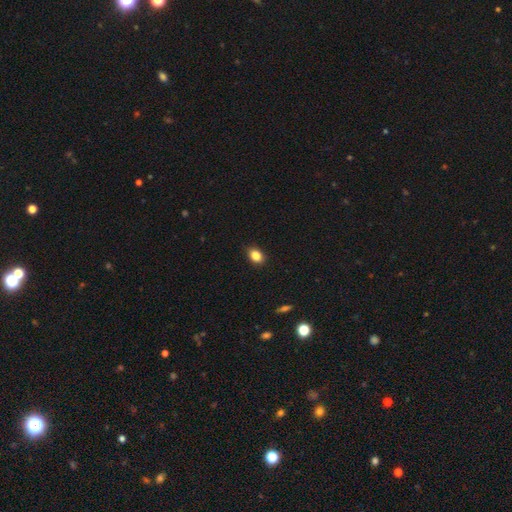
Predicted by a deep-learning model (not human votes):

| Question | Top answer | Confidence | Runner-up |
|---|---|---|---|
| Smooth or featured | smooth | 85% | star or artifact (10%) |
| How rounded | in between | 64% | round (35%) |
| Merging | none | 88% | minor disturbance (10%) |